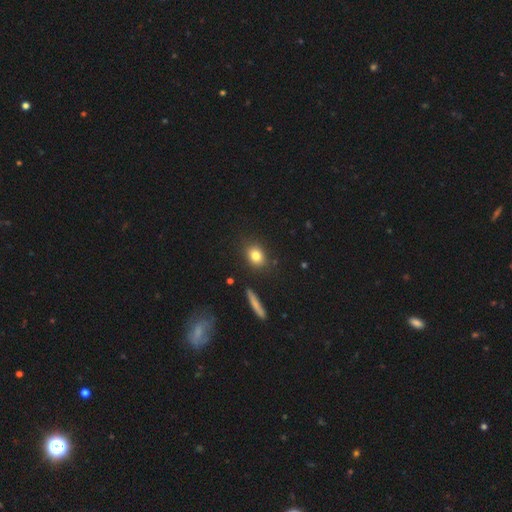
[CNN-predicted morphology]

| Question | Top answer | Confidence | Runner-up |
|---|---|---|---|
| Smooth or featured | smooth | 81% | star or artifact (10%) |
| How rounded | in between | 50% | round (47%) |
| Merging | none | 85% | minor disturbance (9%) |